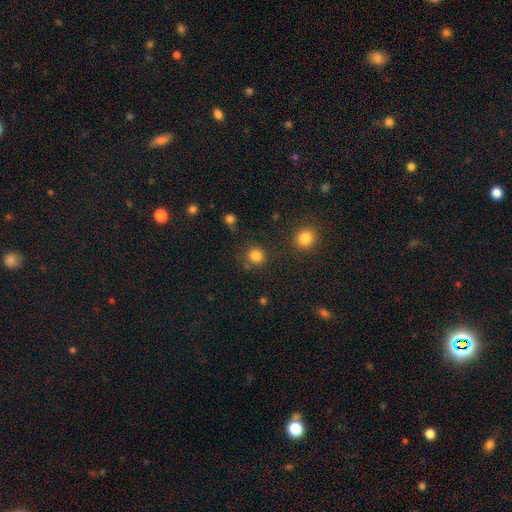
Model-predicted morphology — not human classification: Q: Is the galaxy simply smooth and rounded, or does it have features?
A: smooth — 83%.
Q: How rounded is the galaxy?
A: round — 91%.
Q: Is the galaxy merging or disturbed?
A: none — 82%.